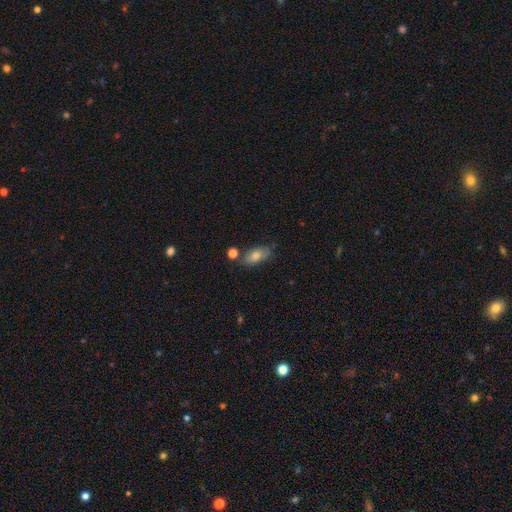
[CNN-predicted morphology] Q: Smooth or featured?
A: smooth (75%); runner-up: featured or disk (17%)
Q: How rounded?
A: in between (88%); runner-up: cigar-shaped (6%)
Q: Merging?
A: none (69%); runner-up: minor disturbance (18%)